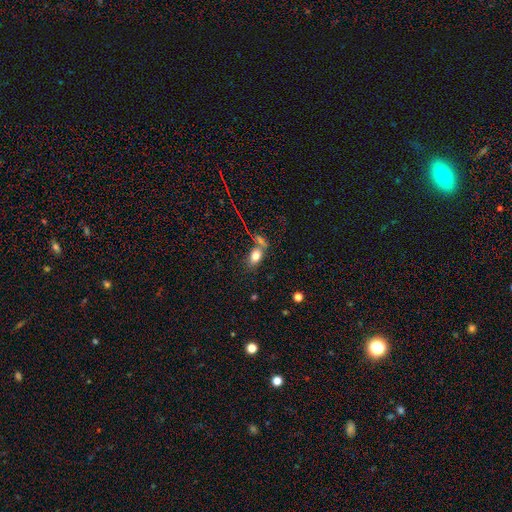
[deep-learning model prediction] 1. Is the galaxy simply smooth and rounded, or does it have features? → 78% smooth, 11% star or artifact, 11% featured or disk.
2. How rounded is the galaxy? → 84% in between, 13% round, 3% cigar-shaped.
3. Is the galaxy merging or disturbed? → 52% none, 28% merger, 14% minor disturbance, 6% major disturbance.